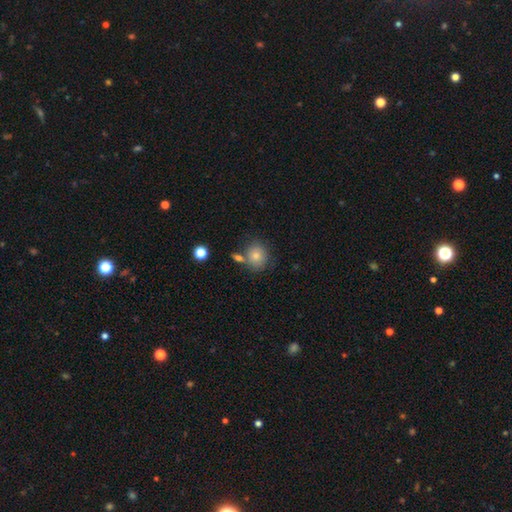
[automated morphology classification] Smooth or featured? Predicted: smooth (p=0.78). How rounded? Predicted: round (p=0.82). Merging? Predicted: none (p=0.64).